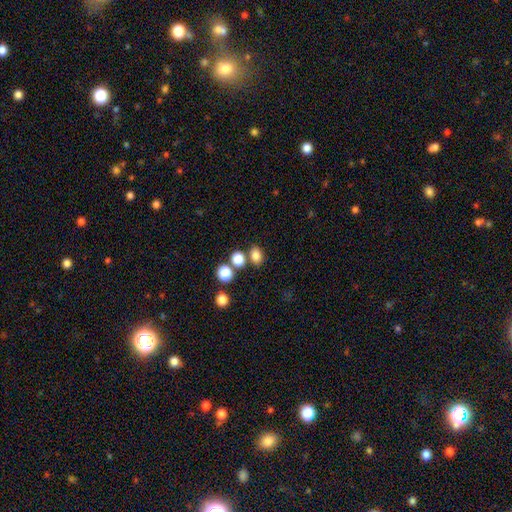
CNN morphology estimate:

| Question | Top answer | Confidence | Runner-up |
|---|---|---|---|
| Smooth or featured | smooth | 81% | star or artifact (13%) |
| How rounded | in between | 57% | round (42%) |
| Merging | none | 71% | merger (15%) |